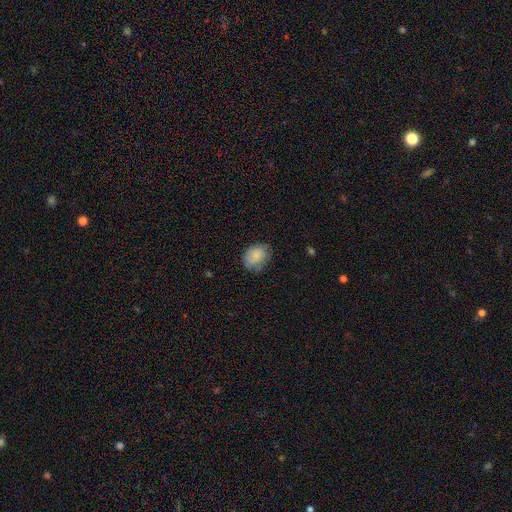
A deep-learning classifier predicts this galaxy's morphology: Smooth or featured? smooth (84%)
How rounded? in between (63%)
Merging? none (70%)